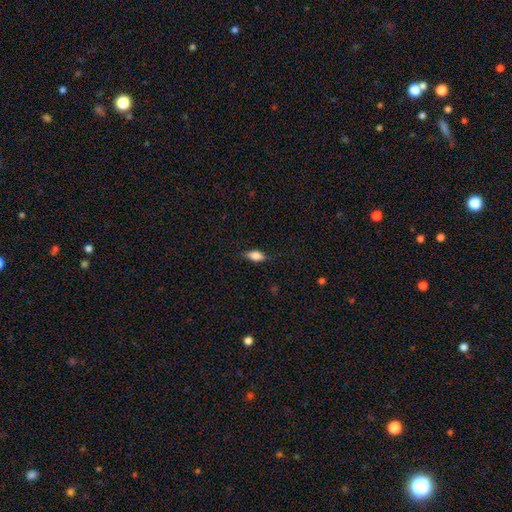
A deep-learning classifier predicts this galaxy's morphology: The model was most divided on "merging": none: 78%, minor disturbance: 17%, major disturbance: 4%, merger: 1%. More confident: how rounded — in between (84%); smooth or featured — smooth (79%).